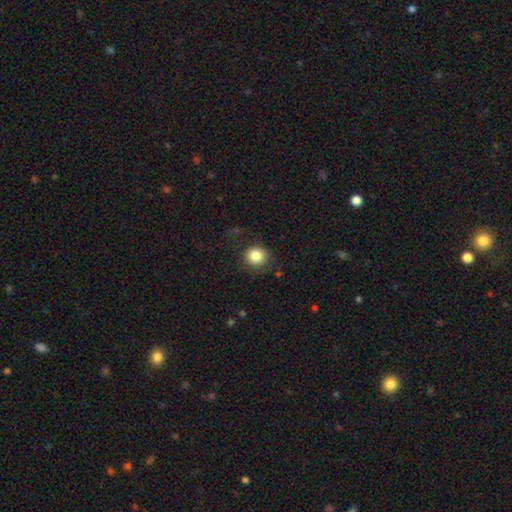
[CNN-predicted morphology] This appears to be a smooth galaxy with no disk features (84%) that is round (89%). Merging: none (78%).